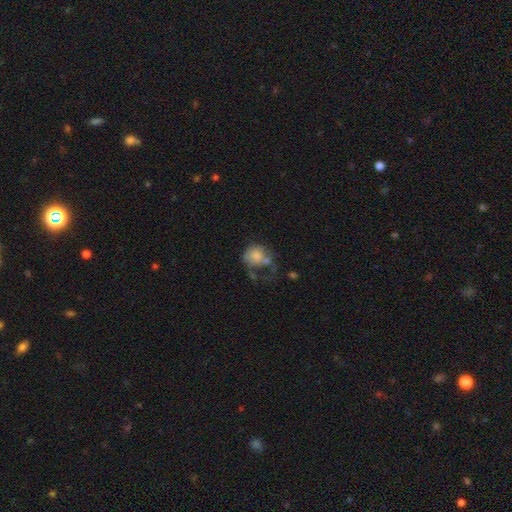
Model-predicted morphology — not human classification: A smooth galaxy with no disk features (63%) that is round (62%).

Vote fractions:
- Smooth or featured? smooth: 63% / featured or disk: 28% / star or artifact: 9%
- How rounded? round: 62% / in between: 37% / cigar-shaped: 1%
- Merging? major disturbance: 42% / none: 23% / minor disturbance: 19% / merger: 16%